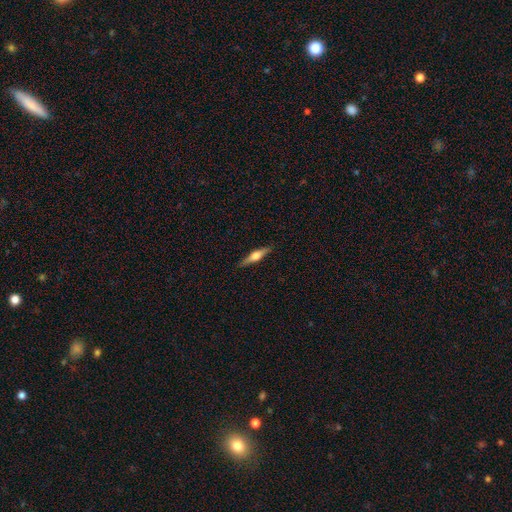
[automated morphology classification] The model was most divided on "smooth or featured": featured or disk: 64%, smooth: 31%, star or artifact: 6%. More confident: edge-on disk — yes (97%); edge-on bulge — rounded (91%); merging — none (90%).